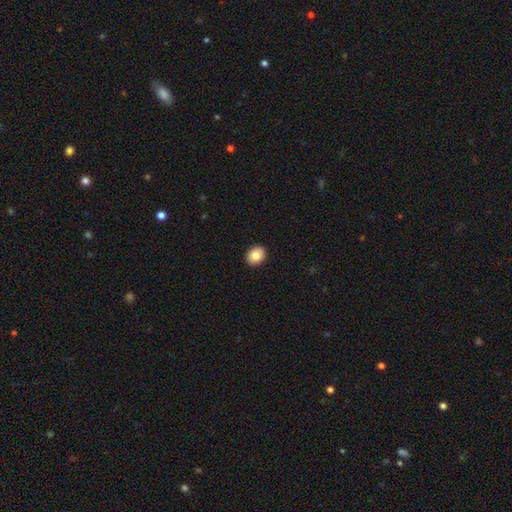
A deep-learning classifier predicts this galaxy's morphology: Overall: smooth (84%). How rounded: round (55%; in between 45%). Merging: none (92%).